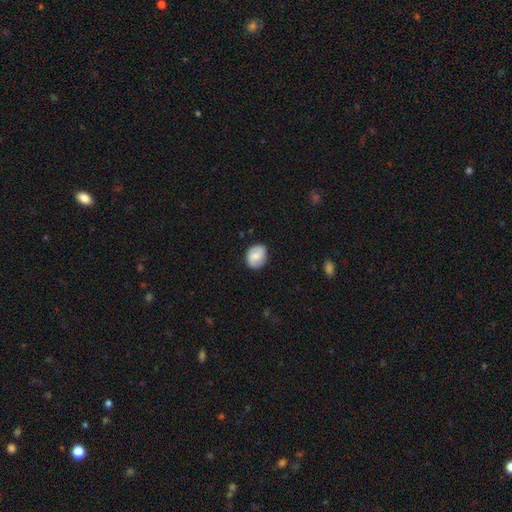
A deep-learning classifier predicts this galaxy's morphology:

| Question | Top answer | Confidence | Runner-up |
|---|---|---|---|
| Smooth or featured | smooth | 70% | featured or disk (22%) |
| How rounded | round | 53% | in between (46%) |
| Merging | none | 83% | minor disturbance (13%) |